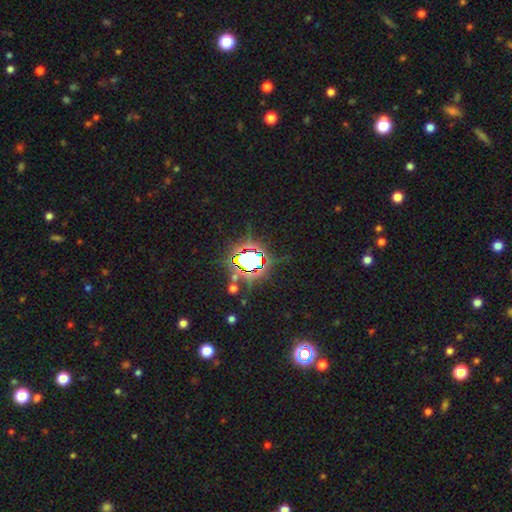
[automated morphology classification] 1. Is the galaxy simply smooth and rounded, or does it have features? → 76% star or artifact, 14% smooth, 10% featured or disk.